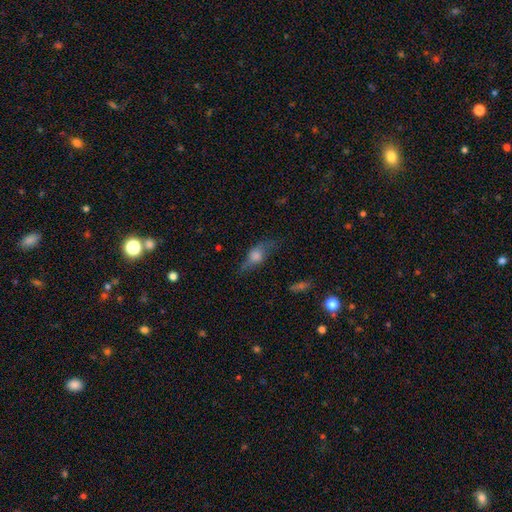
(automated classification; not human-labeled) This appears to be a smooth galaxy with no disk features (47%). Merging: none (58%).